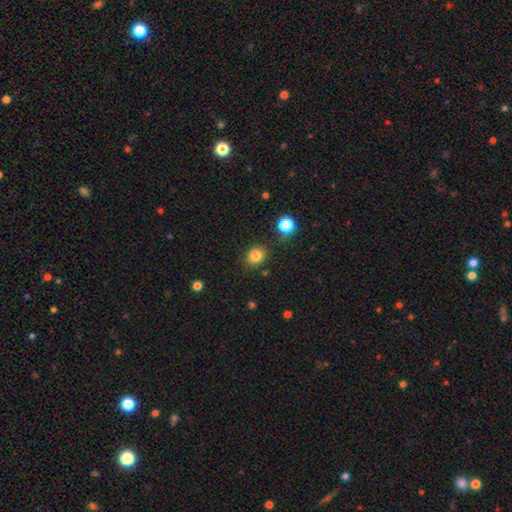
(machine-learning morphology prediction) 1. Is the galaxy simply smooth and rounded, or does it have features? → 83% smooth, 12% star or artifact, 5% featured or disk.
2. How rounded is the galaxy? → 70% round, 29% in between, 1% cigar-shaped.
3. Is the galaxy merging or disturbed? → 77% none, 13% minor disturbance, 5% merger, 4% major disturbance.